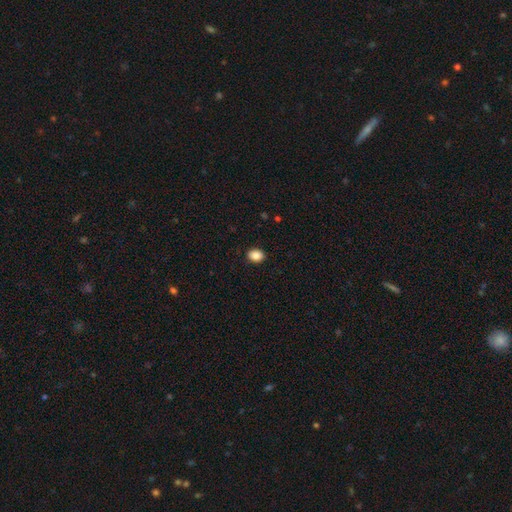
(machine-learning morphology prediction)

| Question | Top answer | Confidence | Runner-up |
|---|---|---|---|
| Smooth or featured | smooth | 87% | star or artifact (9%) |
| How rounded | in between | 57% | round (42%) |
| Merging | none | 90% | minor disturbance (7%) |